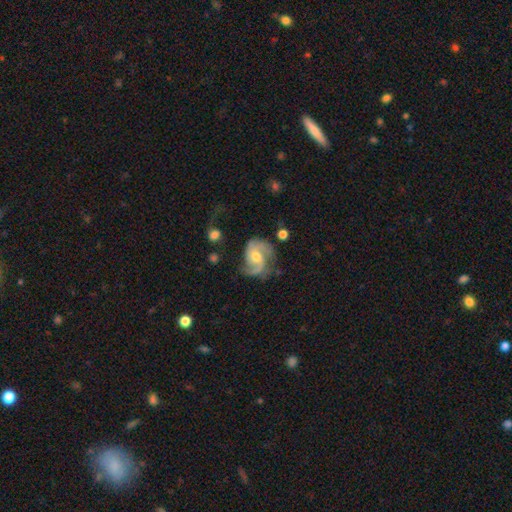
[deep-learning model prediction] Q: Smooth or featured?
A: featured or disk (87%); runner-up: smooth (8%)
Q: Edge-on disk?
A: no (98%); runner-up: yes (2%)
Q: Bar?
A: no (62%); runner-up: weak (32%)
Q: Spiral arms?
A: yes (97%); runner-up: no (3%)
Q: Spiral winding?
A: medium (52%); runner-up: loose (26%)
Q: Spiral arm count?
A: 2 (65%); runner-up: 3 (19%)
Q: Bulge size?
A: moderate (62%); runner-up: small (32%)
Q: Merging?
A: none (61%); runner-up: minor disturbance (23%)